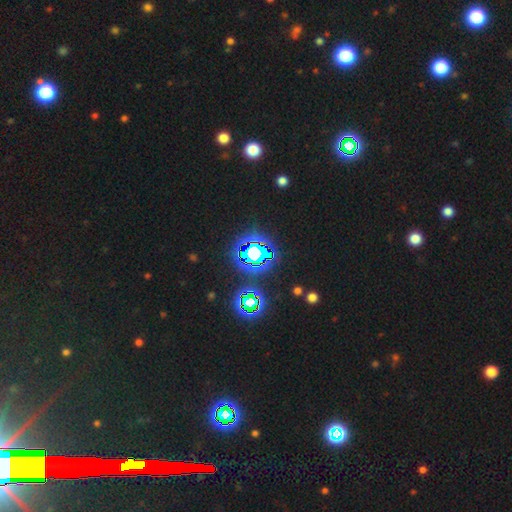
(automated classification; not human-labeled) A star or artifact, not a galaxy (79%).